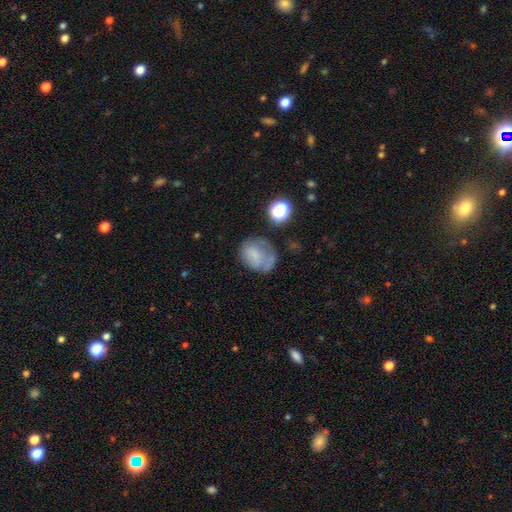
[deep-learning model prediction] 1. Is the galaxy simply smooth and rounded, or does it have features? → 63% smooth, 24% featured or disk, 13% star or artifact.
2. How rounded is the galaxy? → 51% round, 47% in between, 1% cigar-shaped.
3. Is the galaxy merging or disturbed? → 42% none, 28% minor disturbance, 23% major disturbance, 6% merger.